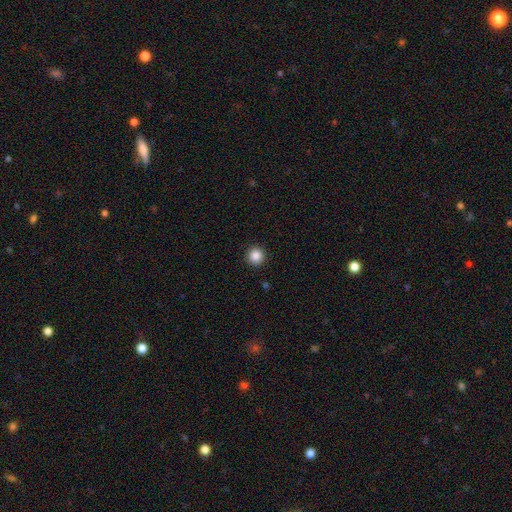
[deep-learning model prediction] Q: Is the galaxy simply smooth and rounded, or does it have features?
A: smooth — 87%.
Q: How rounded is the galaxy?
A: round — 95%.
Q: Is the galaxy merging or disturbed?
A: none — 93%.